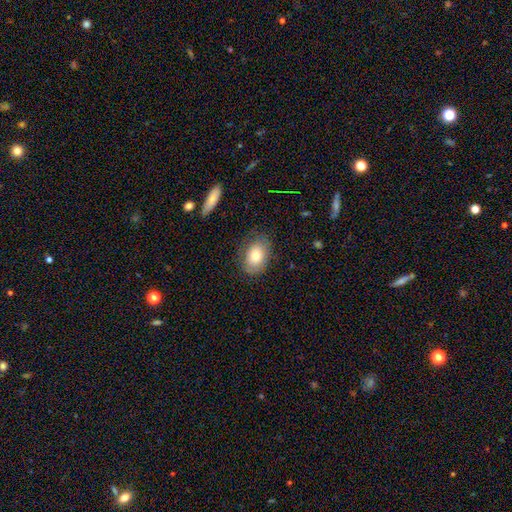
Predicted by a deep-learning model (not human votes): Smooth or featured? smooth (74%)
How rounded? in between (80%)
Merging? none (76%)